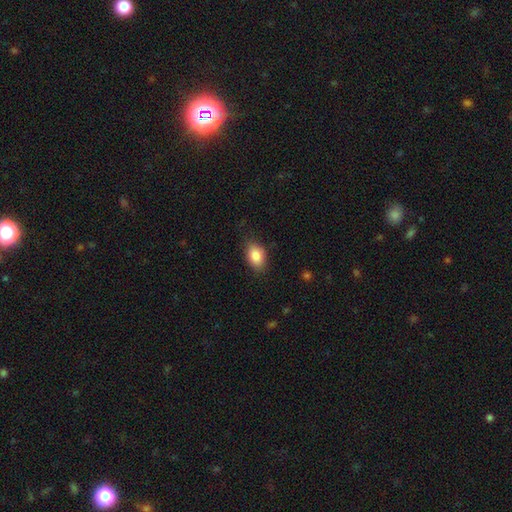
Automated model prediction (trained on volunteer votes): This appears to be a smooth galaxy with no disk features (86%) that is in between round and cigar-shaped (85%). Merging: none (79%).